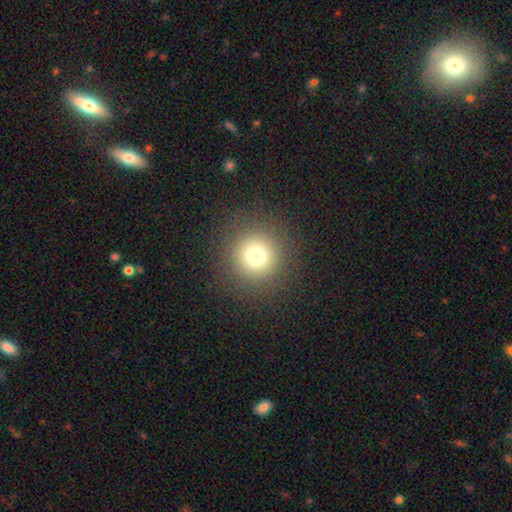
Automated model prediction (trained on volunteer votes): Overall: smooth (74%). How rounded: round (95%). Merging: none (90%).